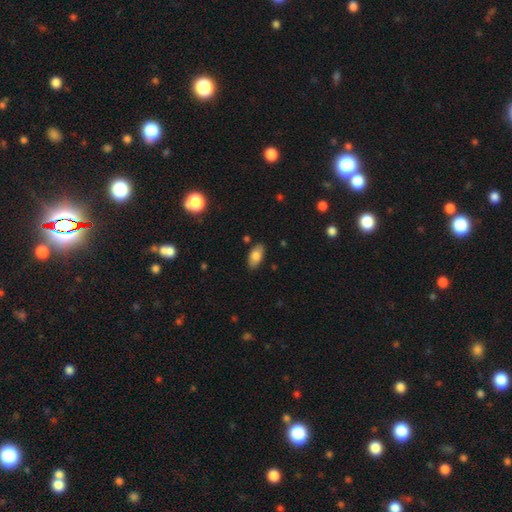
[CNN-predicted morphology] A smooth galaxy with no disk features (80%) that is in between round and cigar-shaped (93%). Merging: none (85%).